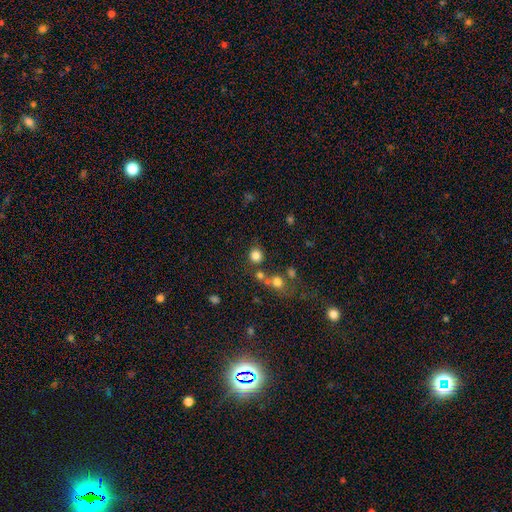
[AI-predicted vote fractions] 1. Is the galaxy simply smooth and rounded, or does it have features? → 81% smooth, 13% star or artifact, 5% featured or disk.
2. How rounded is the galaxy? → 88% round, 11% in between, 1% cigar-shaped.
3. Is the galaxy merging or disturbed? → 77% none, 10% merger, 9% minor disturbance, 4% major disturbance.